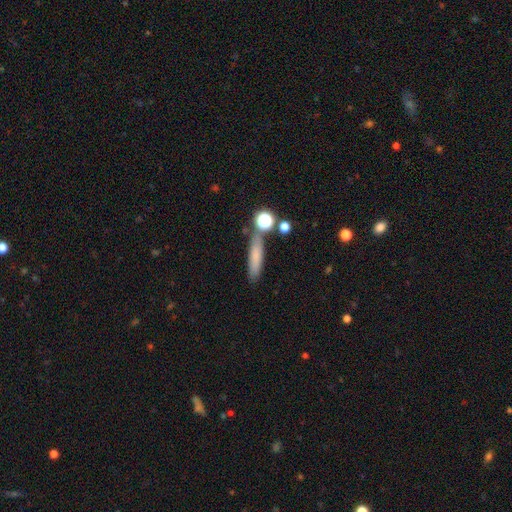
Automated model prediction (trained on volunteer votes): Smooth or featured? smooth (73%)
How rounded? cigar-shaped (76%)
Merging? none (73%)